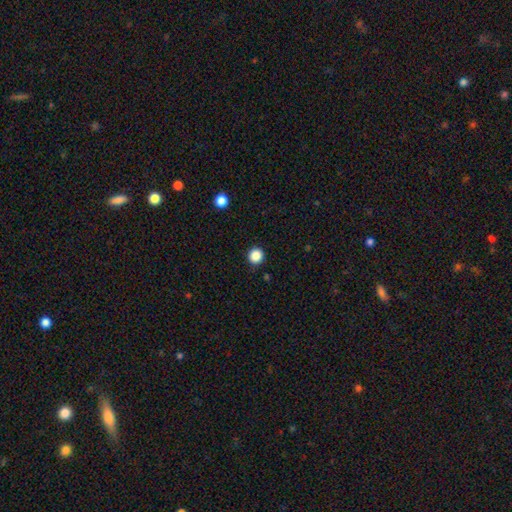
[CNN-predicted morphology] The model was most divided on "smooth or featured": smooth: 87%, star or artifact: 11%, featured or disk: 2%. More confident: how rounded — round (94%); merging — none (92%).